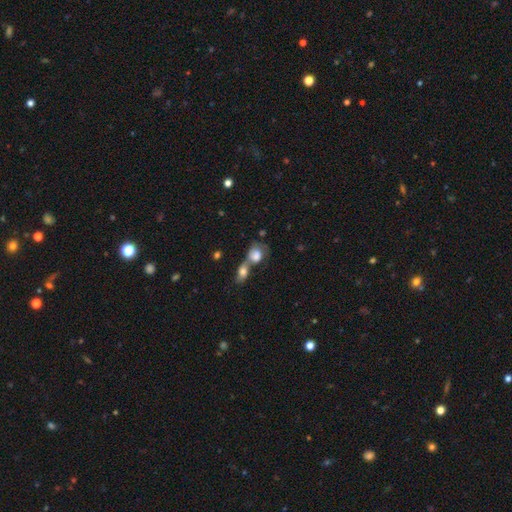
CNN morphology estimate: smooth-or-featured: smooth: 72% | featured or disk: 19% | star or artifact: 9%
  how-rounded: in between: 58% | round: 40% | cigar-shaped: 3%
  merging: merger: 65% | none: 19% | minor disturbance: 9% | major disturbance: 8%